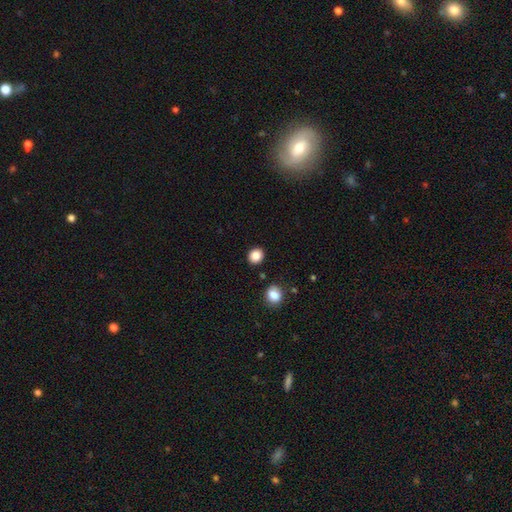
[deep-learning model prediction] A smooth galaxy with no disk features (86%) that is round (77%).

Vote fractions:
- Smooth or featured? smooth: 86% / star or artifact: 10% / featured or disk: 3%
- How rounded? round: 77% / in between: 22% / cigar-shaped: 1%
- Merging? none: 88% / minor disturbance: 7% / merger: 3% / major disturbance: 2%